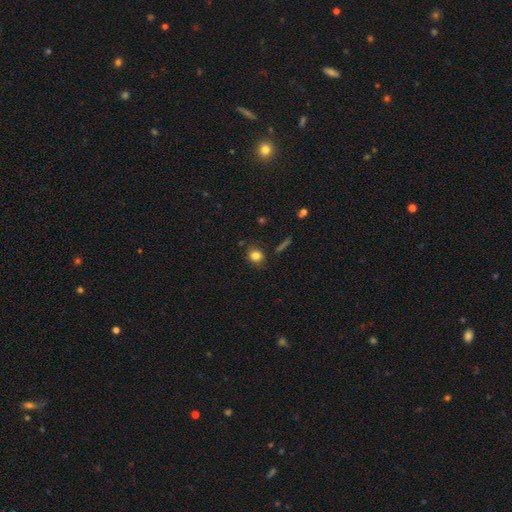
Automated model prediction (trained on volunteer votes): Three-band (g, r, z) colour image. It shows a smooth galaxy with no disk features (82%) that is round (69%). Merging: none (82%).